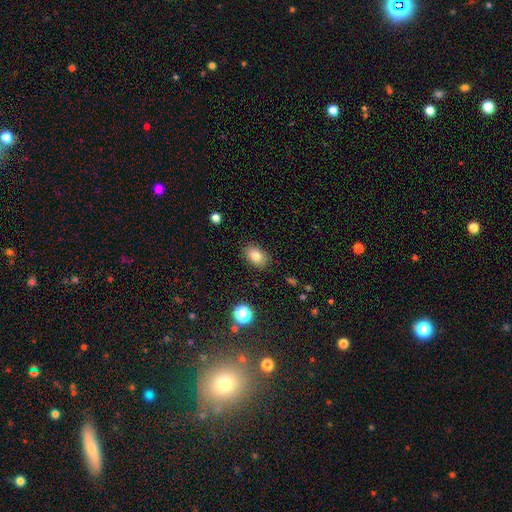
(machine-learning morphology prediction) Overall: smooth (80%). How rounded: in between (82%). Merging: none (86%).